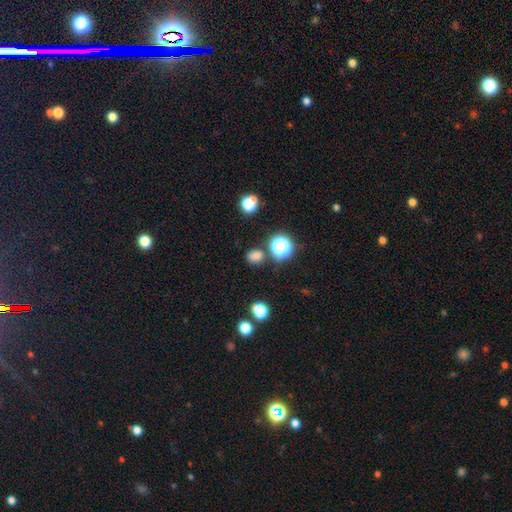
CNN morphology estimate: Q: Smooth or featured?
A: smooth (73%); runner-up: star or artifact (22%)
Q: How rounded?
A: round (63%); runner-up: in between (36%)
Q: Merging?
A: none (79%); runner-up: minor disturbance (11%)